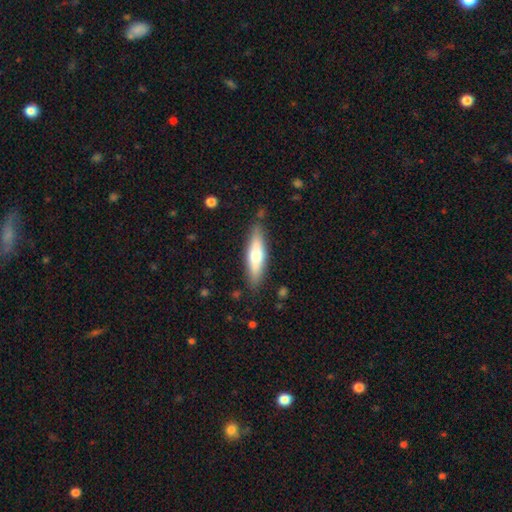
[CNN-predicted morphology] Q: Smooth or featured?
A: smooth (58%); runner-up: featured or disk (37%)
Q: How rounded?
A: cigar-shaped (67%); runner-up: in between (31%)
Q: Merging?
A: none (84%); runner-up: minor disturbance (12%)